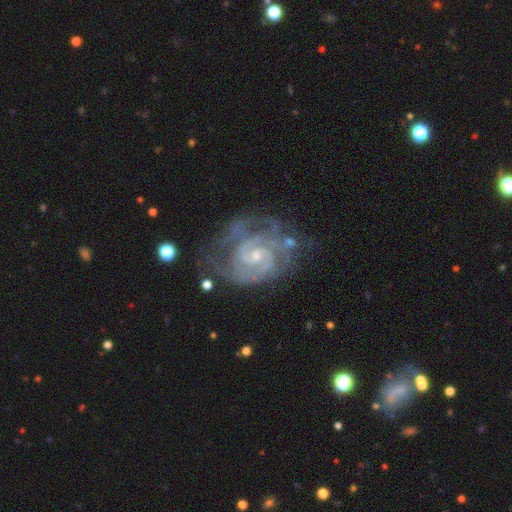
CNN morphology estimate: featured or disk 90%, star or artifact 5%, smooth 5%. Down the decision tree: edge-on disk — no (98%); bar — no (54%); spiral arms — yes (97%); spiral arm count — 2 (56%); spiral winding — tight (66%); bulge size — small (69%); merging — none (61%).